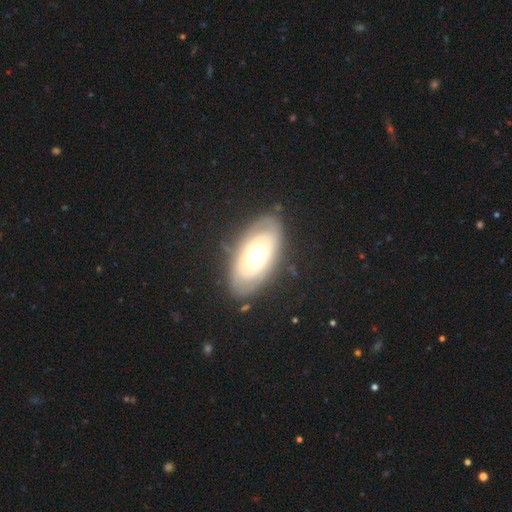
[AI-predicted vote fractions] smooth_or_featured: featured or disk (p=0.59) [alt: smooth p=0.35]
disk_edge_on: no (p=0.89) [alt: yes p=0.11]
bar: no (p=0.83) [alt: weak p=0.12]
has_spiral_arms: no (p=0.60) [alt: yes p=0.40]
bulge_size: moderate (p=0.56) [alt: large p=0.34]
merging: none (p=0.78) [alt: minor disturbance p=0.15]